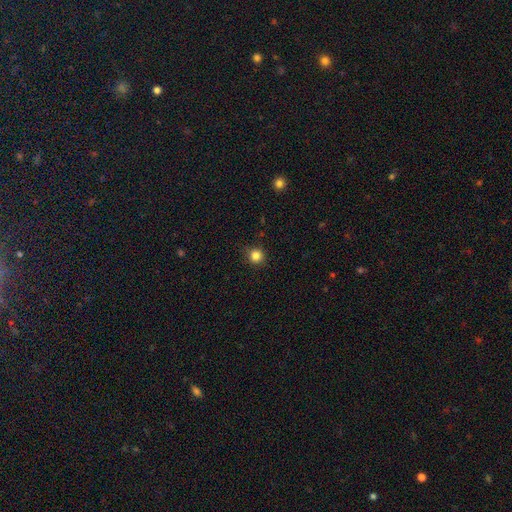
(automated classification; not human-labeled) smooth 84%, star or artifact 12%, featured or disk 4%. Down the decision tree: how rounded — round (93%); merging — none (88%).